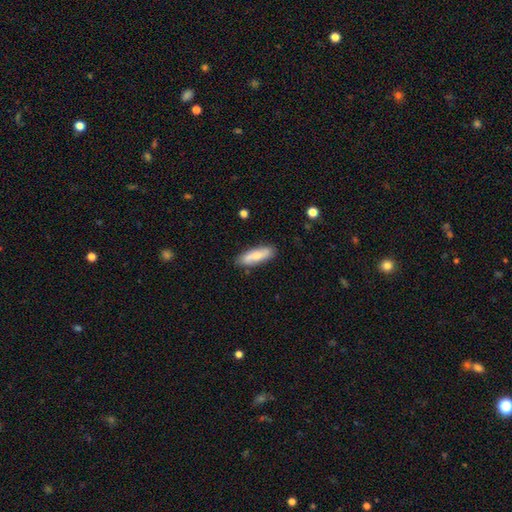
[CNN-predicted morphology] type=smooth (68%); roundness=in between (51%); merging=none (83%).